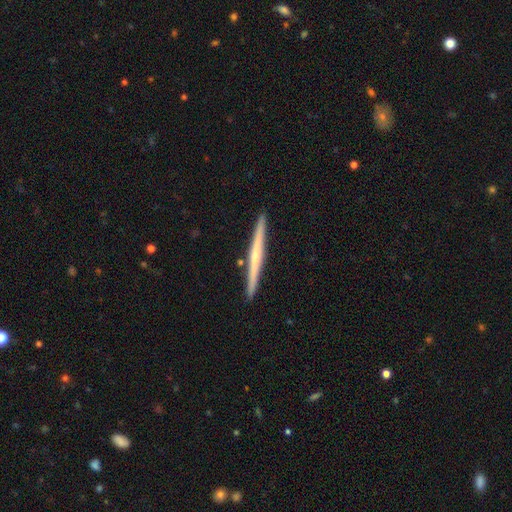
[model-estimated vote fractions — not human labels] The model was most divided on "edge-on bulge": none: 53%, rounded: 40%, boxy: 6%. More confident: edge-on disk — yes (98%); merging — none (92%); smooth or featured — featured or disk (63%).